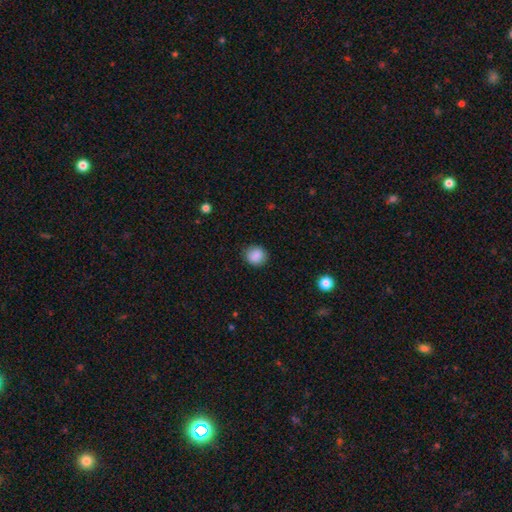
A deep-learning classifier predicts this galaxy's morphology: Smooth or featured? Predicted: smooth (p=0.88). How rounded? Predicted: round (p=0.83). Merging? Predicted: none (p=0.88).